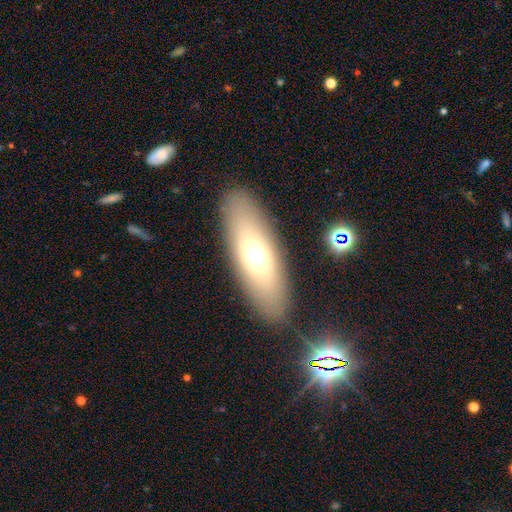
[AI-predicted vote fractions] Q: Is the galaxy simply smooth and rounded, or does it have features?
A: smooth — 61%.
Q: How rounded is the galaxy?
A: in between — 65%.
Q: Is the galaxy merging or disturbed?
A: none — 85%.